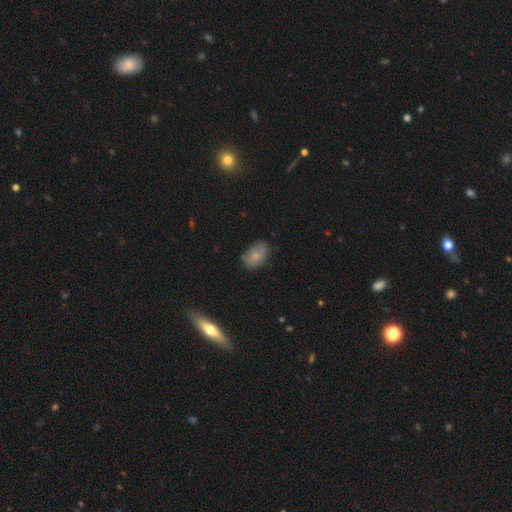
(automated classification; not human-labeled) Smooth or featured? Predicted: smooth (p=0.79). How rounded? Predicted: in between (p=0.87). Merging? Predicted: none (p=0.75).